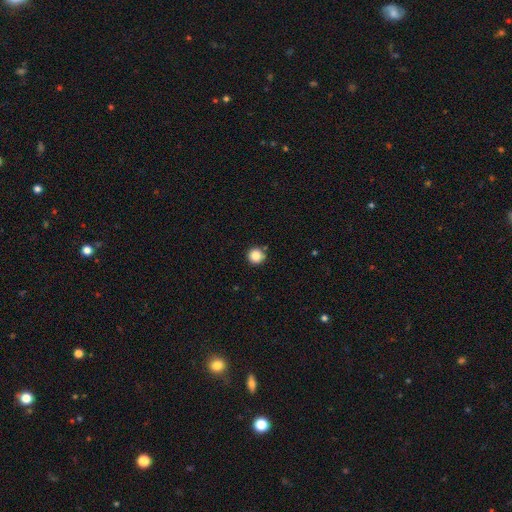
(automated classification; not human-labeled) The model was most divided on "smooth or featured": smooth: 85%, star or artifact: 11%, featured or disk: 5%. More confident: how rounded — round (95%); merging — none (85%).